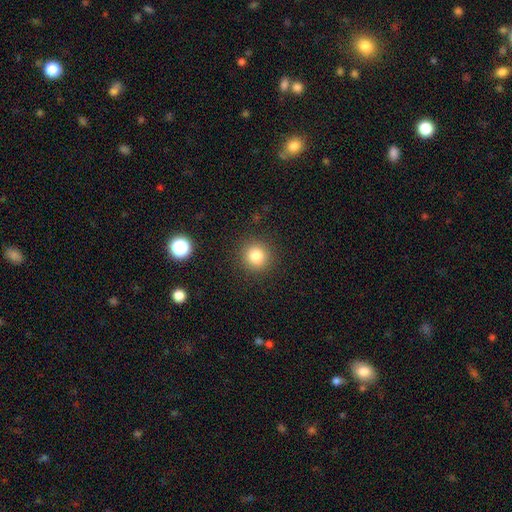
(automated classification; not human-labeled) smooth 81%, star or artifact 12%, featured or disk 6%. Down the decision tree: how rounded — round (94%); merging — none (90%).